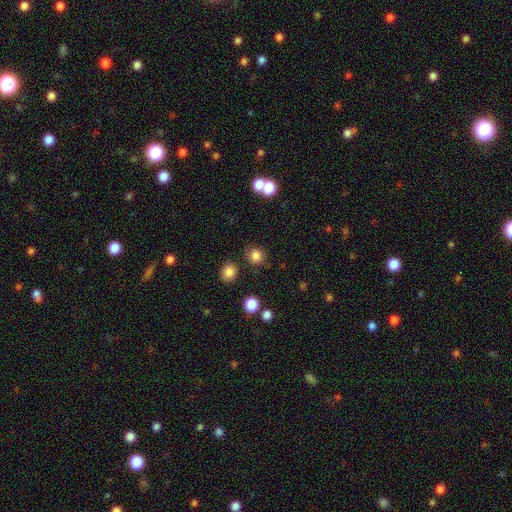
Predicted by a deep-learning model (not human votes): A smooth galaxy with no disk features (83%) that is round (89%).

Vote fractions:
- Smooth or featured? smooth: 83% / star or artifact: 13% / featured or disk: 4%
- How rounded? round: 89% / in between: 10% / cigar-shaped: 1%
- Merging? none: 84% / minor disturbance: 8% / merger: 5% / major disturbance: 3%